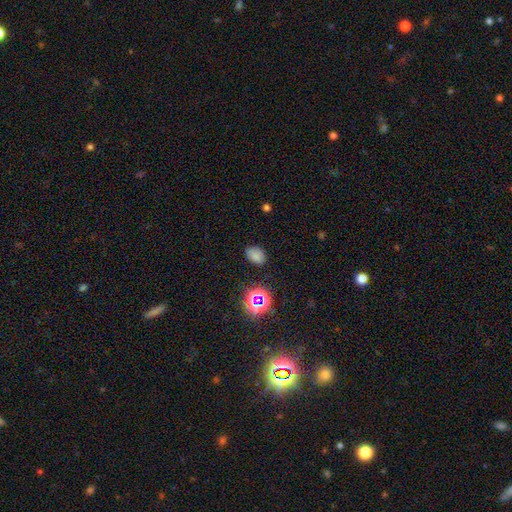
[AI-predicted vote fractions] smooth-or-featured: smooth: 73% | star or artifact: 21% | featured or disk: 6%
  how-rounded: in between: 77% | round: 22% | cigar-shaped: 1%
  merging: none: 78% | minor disturbance: 16% | major disturbance: 4% | merger: 2%